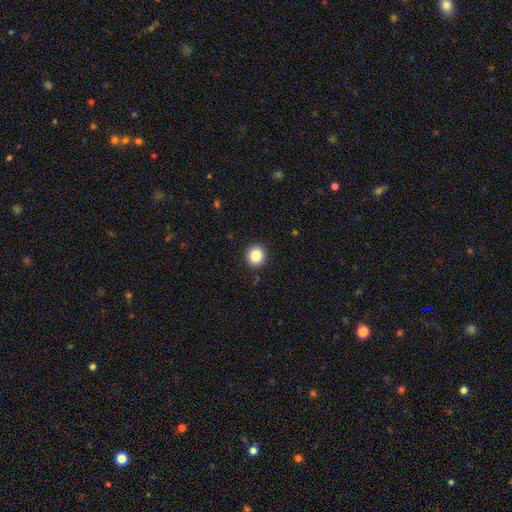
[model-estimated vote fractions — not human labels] The model was most divided on "smooth or featured": smooth: 86%, star or artifact: 10%, featured or disk: 5%. More confident: merging — none (91%); how rounded — round (89%).